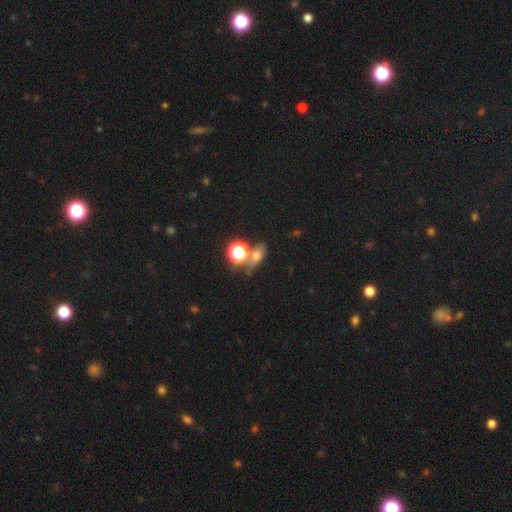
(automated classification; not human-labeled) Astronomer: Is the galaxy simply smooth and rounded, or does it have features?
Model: smooth — 56%.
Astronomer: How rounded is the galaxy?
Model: in between — 54% (runner-up: round, 36%).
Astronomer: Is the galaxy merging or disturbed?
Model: none — 60%.